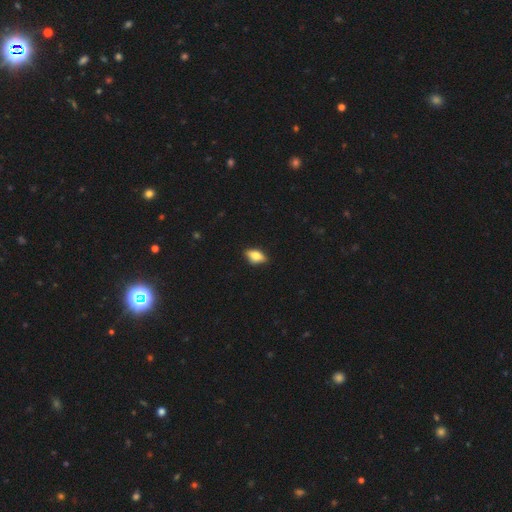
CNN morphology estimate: smooth 71%, featured or disk 21%, star or artifact 8%. Down the decision tree: how rounded — in between (86%); merging — none (84%).